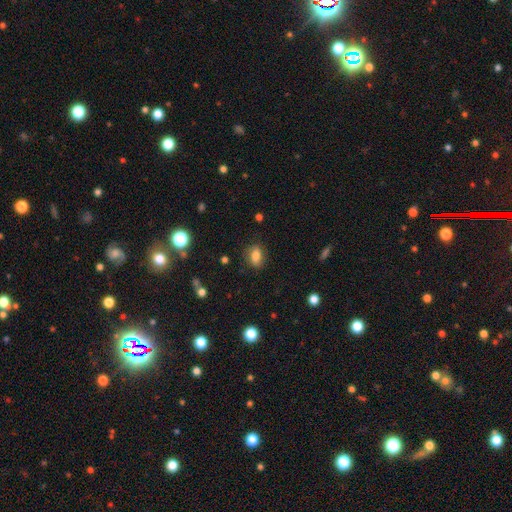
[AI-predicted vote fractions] Smooth or featured? Predicted: smooth (p=0.81). How rounded? Predicted: in between (p=0.78). Merging? Predicted: none (p=0.83).